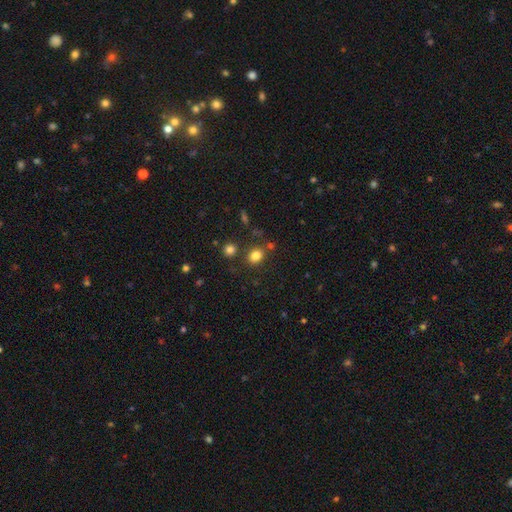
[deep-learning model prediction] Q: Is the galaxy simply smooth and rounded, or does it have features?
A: smooth — 81%.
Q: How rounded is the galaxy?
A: round — 66%.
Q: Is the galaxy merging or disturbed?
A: none — 79%.